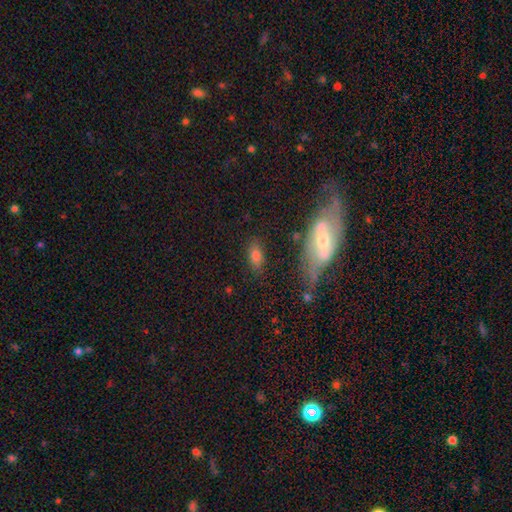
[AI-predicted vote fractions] Smooth or featured? Predicted: smooth (p=0.69). How rounded? Predicted: in between (p=0.83). Merging? Predicted: none (p=0.68).